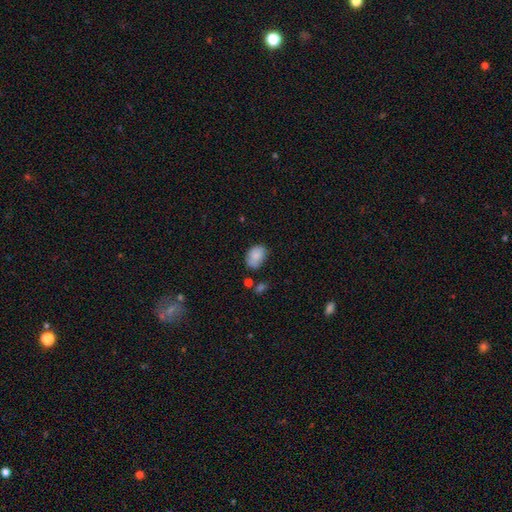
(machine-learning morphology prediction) Smooth or featured?
  - smooth: 83% *
  - featured or disk: 10%
  - star or artifact: 8%
How rounded?
  - in between: 79% *
  - round: 20%
  - cigar-shaped: 1%
Merging?
  - none: 63% *
  - minor disturbance: 27%
  - major disturbance: 6%
  - merger: 4%